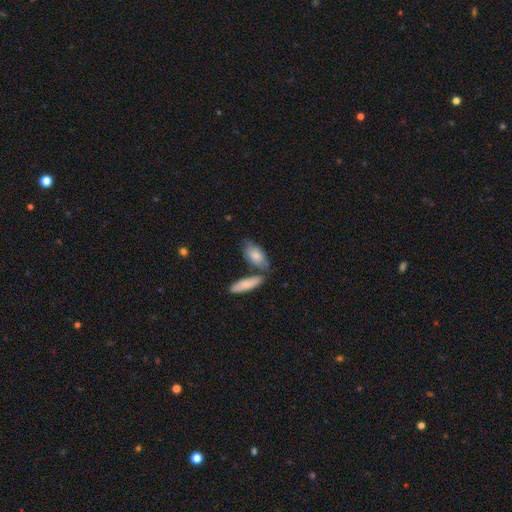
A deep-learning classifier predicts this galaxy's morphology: Smooth or featured? Predicted: smooth (p=0.78). How rounded? Predicted: in between (p=0.84). Merging? Predicted: none (p=0.55).